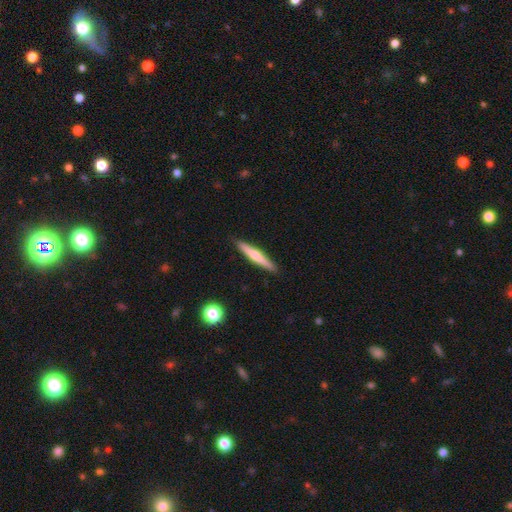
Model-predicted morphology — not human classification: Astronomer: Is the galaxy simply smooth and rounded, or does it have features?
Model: featured or disk — 49% (runner-up: smooth, 46%).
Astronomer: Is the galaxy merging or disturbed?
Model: none — 91%.